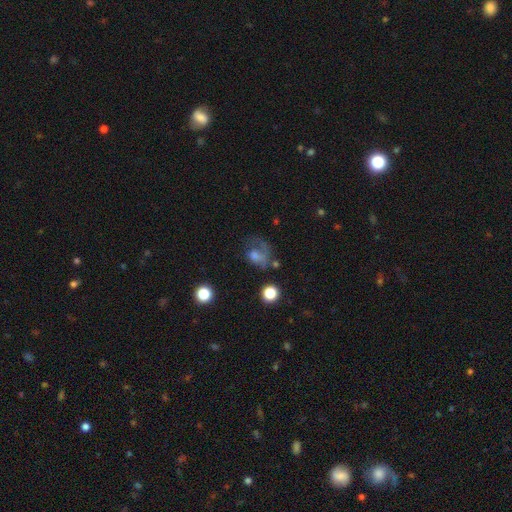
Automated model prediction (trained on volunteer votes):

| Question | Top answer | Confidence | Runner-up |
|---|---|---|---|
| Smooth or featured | smooth | 42% | featured or disk (40%) |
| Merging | major disturbance | 40% | none (34%) |